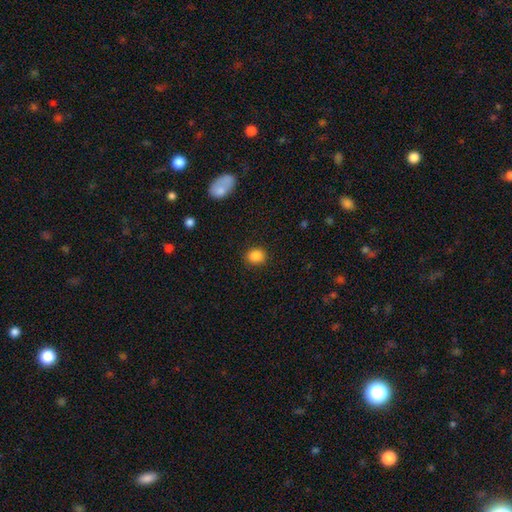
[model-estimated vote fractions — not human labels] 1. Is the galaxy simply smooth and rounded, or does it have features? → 86% smooth, 10% star or artifact, 4% featured or disk.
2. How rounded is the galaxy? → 68% round, 31% in between, 1% cigar-shaped.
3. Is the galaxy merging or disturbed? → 87% none, 9% minor disturbance, 3% major disturbance, 1% merger.